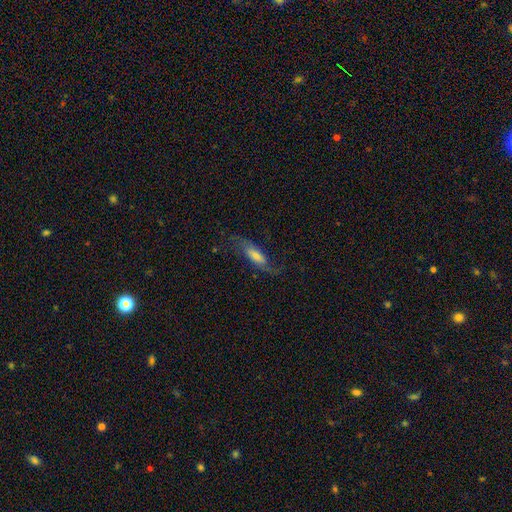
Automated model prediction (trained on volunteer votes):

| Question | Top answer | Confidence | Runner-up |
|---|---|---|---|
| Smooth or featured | featured or disk | 62% | smooth (30%) |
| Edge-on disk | no | 82% | yes (18%) |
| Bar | no | 44% | weak (36%) |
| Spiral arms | yes | 91% | no (9%) |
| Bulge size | moderate | 36% | small (35%) |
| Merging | none | 65% | minor disturbance (19%) |